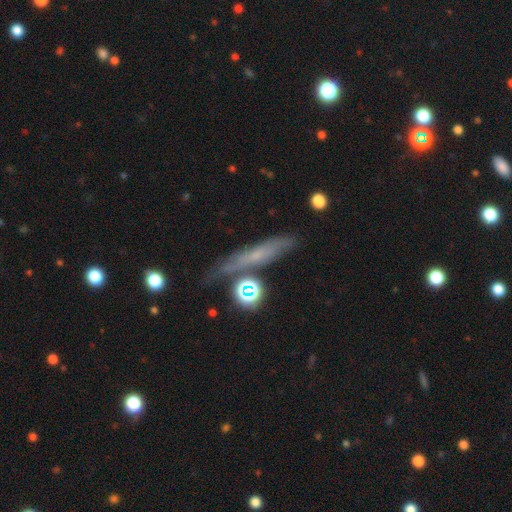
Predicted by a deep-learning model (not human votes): Morphology: type=smooth (44%); merging=none (68%).